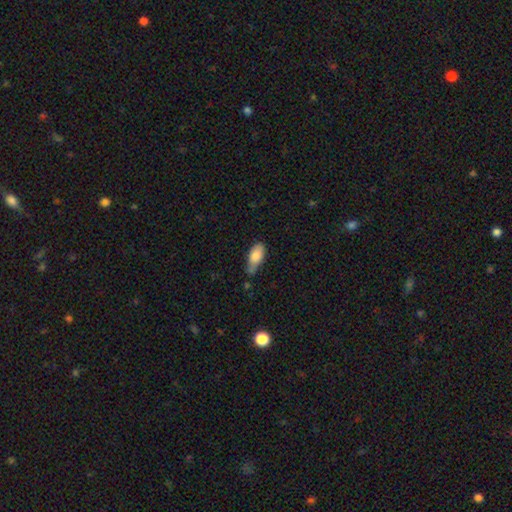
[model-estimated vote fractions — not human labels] Overall: smooth (81%). How rounded: in between (86%). Merging: minor disturbance (42%; none 41%).